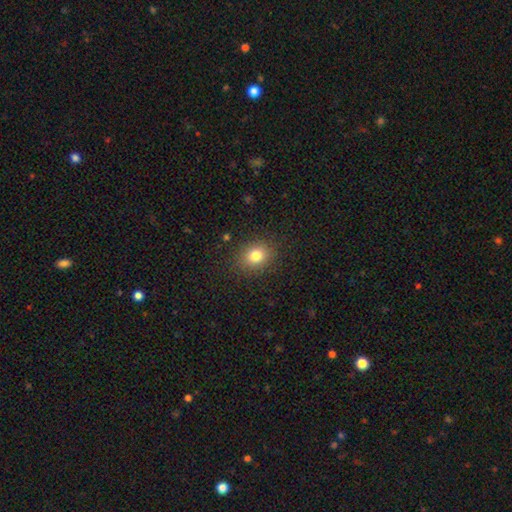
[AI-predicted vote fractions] smooth 81%, star or artifact 12%, featured or disk 8%. Down the decision tree: how rounded — round (59%); merging — none (87%).